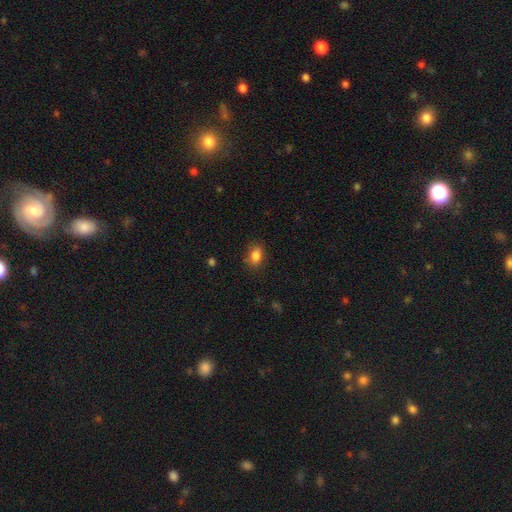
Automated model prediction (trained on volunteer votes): Q: Smooth or featured?
A: smooth (85%); runner-up: star or artifact (10%)
Q: How rounded?
A: in between (78%); runner-up: round (20%)
Q: Merging?
A: none (82%); runner-up: minor disturbance (13%)